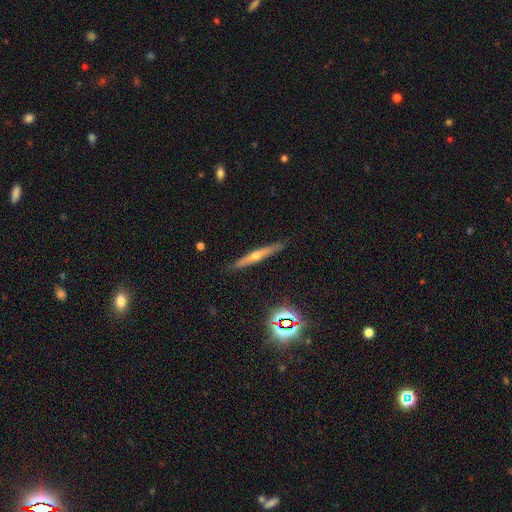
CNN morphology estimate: A featured or disk galaxy (61%) viewed edge-on (95%) with a rounded central bulge (82%). Merging: none (89%).